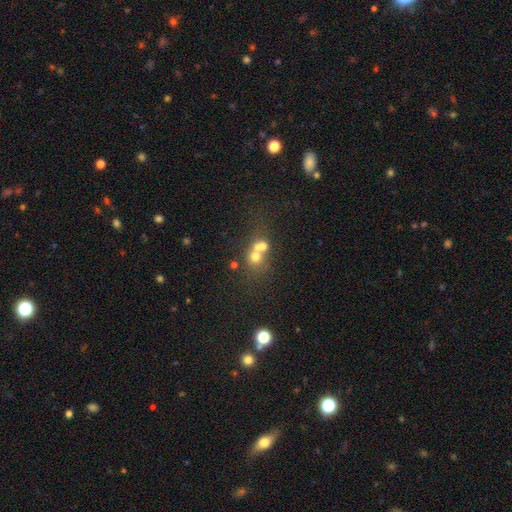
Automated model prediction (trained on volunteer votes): Smooth or featured? Predicted: smooth (p=0.56). How rounded? Predicted: round (p=0.77). Merging? Predicted: merger (p=0.56).